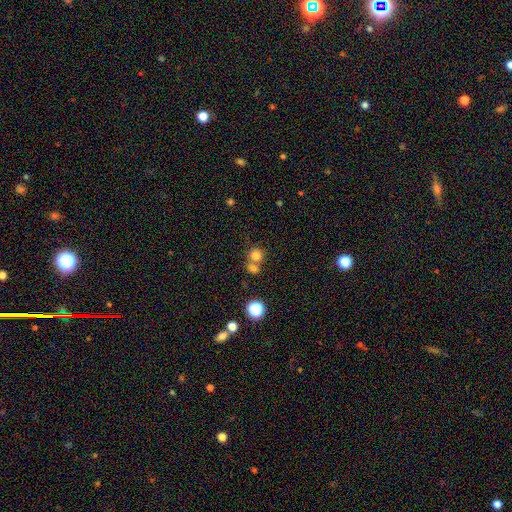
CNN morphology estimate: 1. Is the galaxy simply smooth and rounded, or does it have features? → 78% smooth, 14% star or artifact, 8% featured or disk.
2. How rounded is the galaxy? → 82% round, 17% in between, 1% cigar-shaped.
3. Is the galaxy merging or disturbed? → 46% none, 43% merger, 7% minor disturbance, 3% major disturbance.